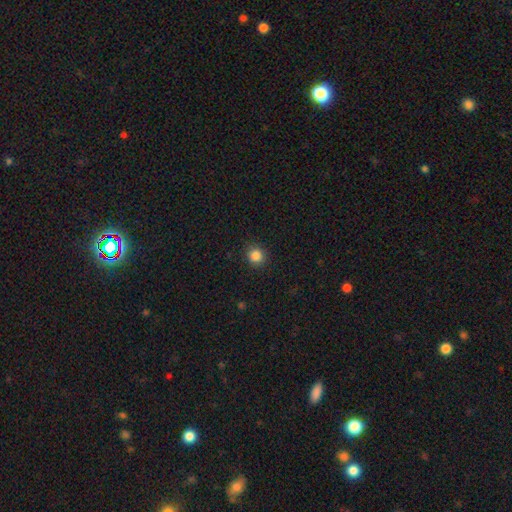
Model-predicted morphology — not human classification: This is clearly a smooth galaxy (85%). How rounded: clearly round (90%). Merging: clearly none (90%).